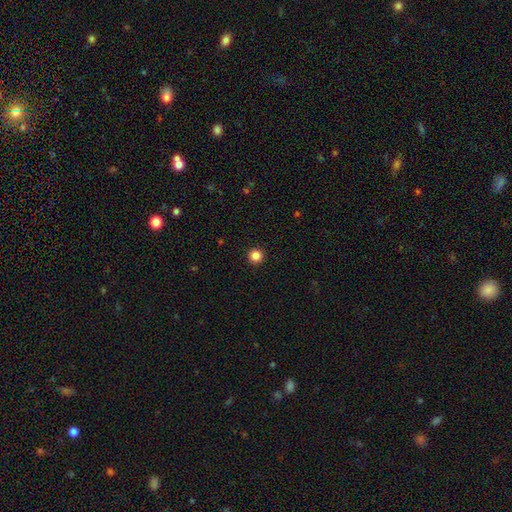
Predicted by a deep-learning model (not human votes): This appears to be a smooth galaxy with no disk features (85%) that is round (96%). Merging: none (94%).